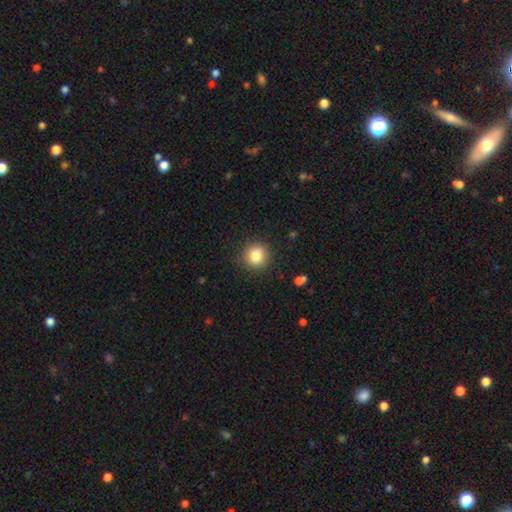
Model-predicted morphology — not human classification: This is clearly a smooth galaxy (83%). How rounded: clearly round (92%). Merging: clearly none (89%).